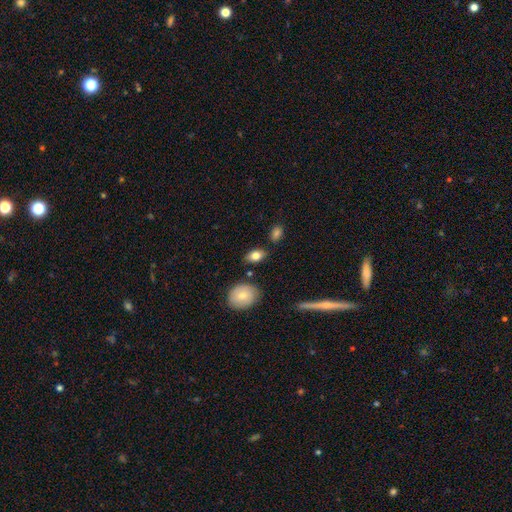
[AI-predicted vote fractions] Smooth or featured? Predicted: smooth (p=0.80). How rounded? Predicted: in between (p=0.89). Merging? Predicted: none (p=0.81).